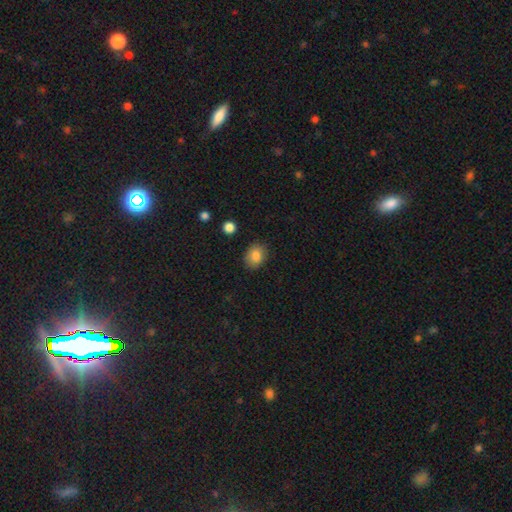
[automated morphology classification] Smooth or featured?
  - smooth: 85% *
  - star or artifact: 9%
  - featured or disk: 7%
How rounded?
  - in between: 57% *
  - round: 42%
  - cigar-shaped: 1%
Merging?
  - none: 85% *
  - minor disturbance: 11%
  - major disturbance: 3%
  - merger: 1%